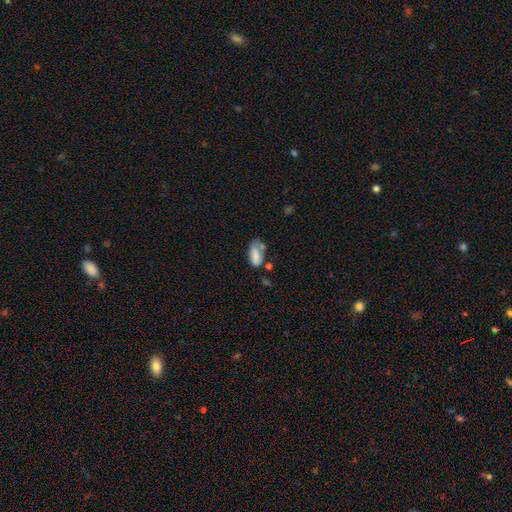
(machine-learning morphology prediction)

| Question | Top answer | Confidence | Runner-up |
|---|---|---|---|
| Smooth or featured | smooth | 77% | featured or disk (14%) |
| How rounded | in between | 87% | cigar-shaped (9%) |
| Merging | none | 37% | minor disturbance (27%) |